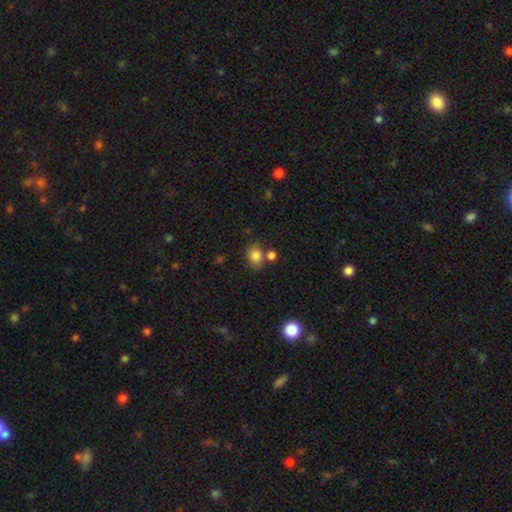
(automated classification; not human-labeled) This is clearly a smooth galaxy (82%). How rounded: possibly round (54%). Merging: likely none (62%).